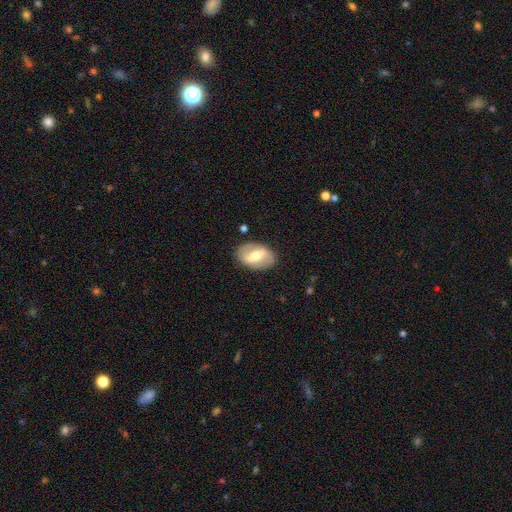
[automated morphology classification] Overall: featured or disk (60%; smooth 34%). Edge-on disk: no (92%). Bar: strong (52%; weak 35%). Spiral arms: yes (52%; no 48%). Bulge size: moderate (68%). Merging: none (84%).